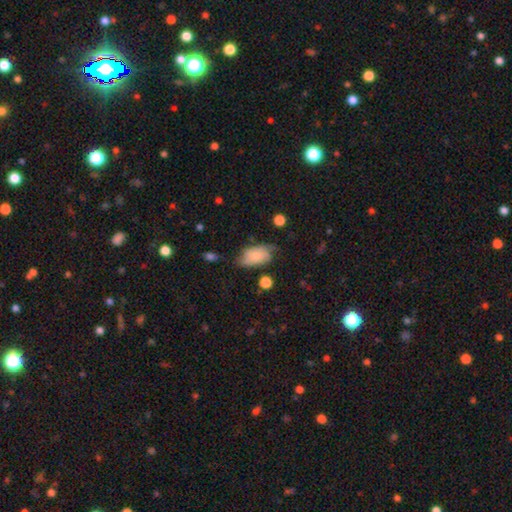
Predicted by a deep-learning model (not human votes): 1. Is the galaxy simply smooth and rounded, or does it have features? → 66% smooth, 27% featured or disk, 7% star or artifact.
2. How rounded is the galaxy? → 92% in between, 5% round, 3% cigar-shaped.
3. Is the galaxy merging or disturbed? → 54% none, 33% minor disturbance, 10% major disturbance, 3% merger.